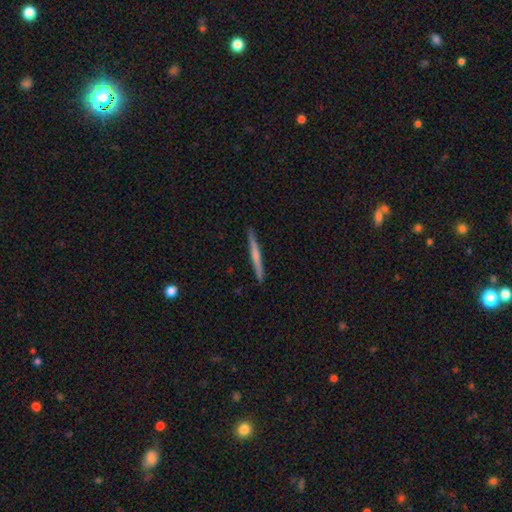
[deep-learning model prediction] smooth-or-featured: smooth: 49% | featured or disk: 46% | star or artifact: 6%
  merging: none: 91% | minor disturbance: 6% | major disturbance: 1% | merger: 1%